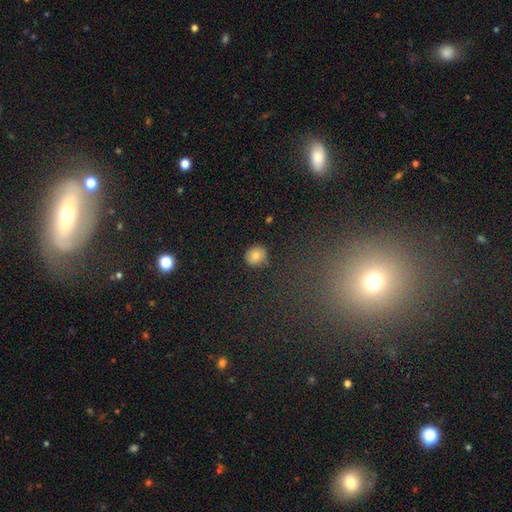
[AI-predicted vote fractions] smooth-or-featured: smooth: 82% | star or artifact: 10% | featured or disk: 8%
  how-rounded: round: 85% | in between: 14% | cigar-shaped: 1%
  merging: none: 88% | minor disturbance: 8% | major disturbance: 2% | merger: 1%